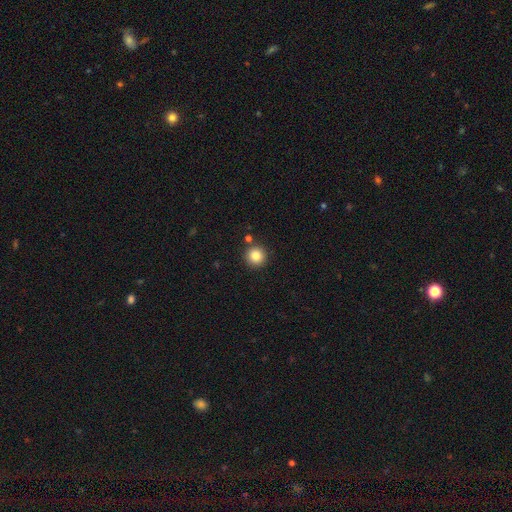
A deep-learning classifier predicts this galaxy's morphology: Overall: smooth (84%). How rounded: round (95%). Merging: none (87%).